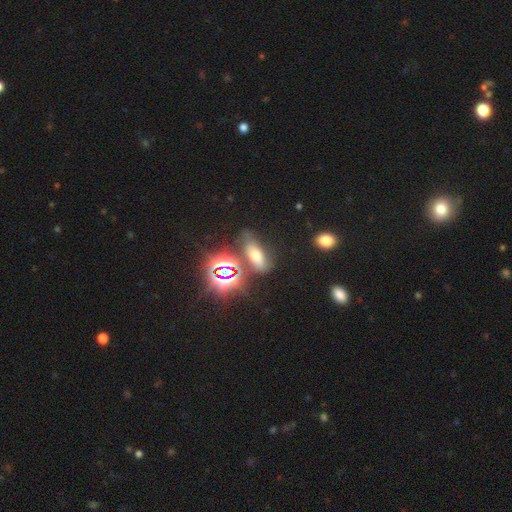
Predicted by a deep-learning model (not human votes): This appears to be a smooth galaxy with no disk features (48%). Merging: none (63%).